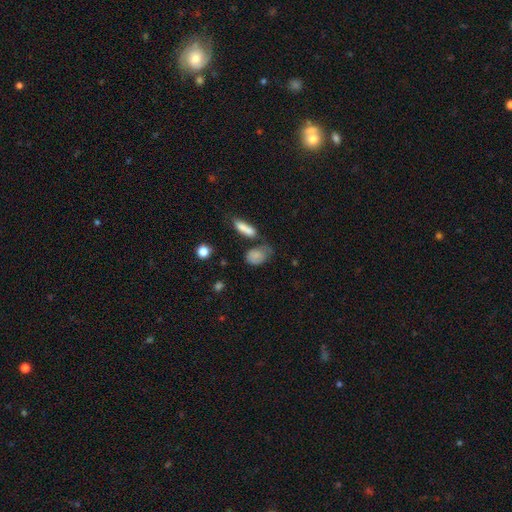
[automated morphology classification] Smooth or featured?
  - smooth: 77% *
  - featured or disk: 13%
  - star or artifact: 10%
How rounded?
  - in between: 79% *
  - round: 16%
  - cigar-shaped: 5%
Merging?
  - none: 40% *
  - minor disturbance: 27%
  - merger: 18%
  - major disturbance: 15%